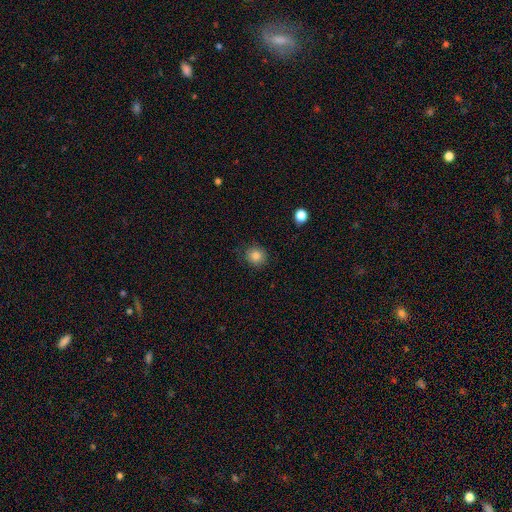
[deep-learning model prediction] Morphology: type=smooth (84%); roundness=round (87%); merging=none (84%).